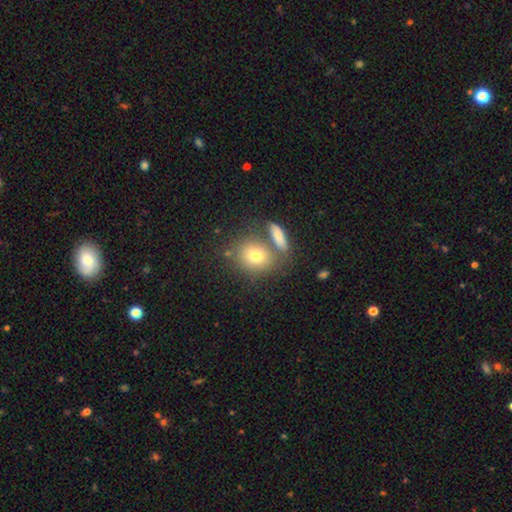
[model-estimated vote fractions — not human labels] Overall: smooth (73%). How rounded: round (69%; in between 29%). Merging: none (60%; merger 23%).